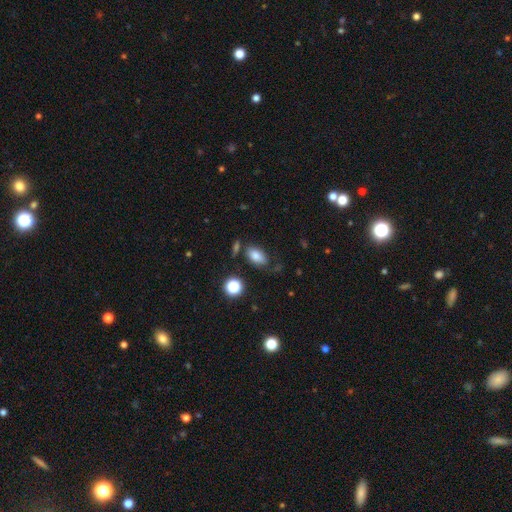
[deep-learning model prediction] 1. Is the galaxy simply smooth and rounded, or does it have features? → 79% smooth, 11% star or artifact, 10% featured or disk.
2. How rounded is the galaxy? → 88% in between, 9% round, 3% cigar-shaped.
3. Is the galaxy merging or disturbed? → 65% none, 20% minor disturbance, 8% major disturbance, 7% merger.